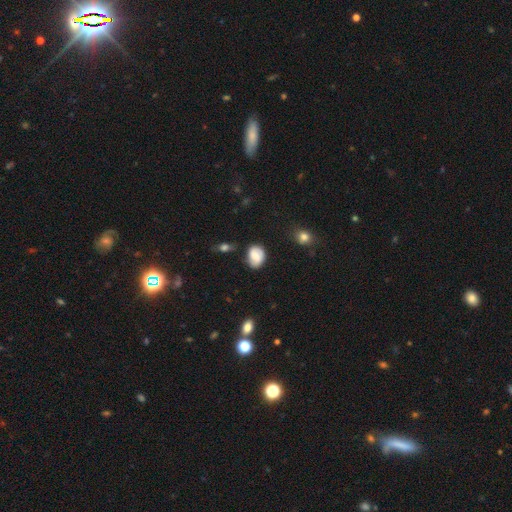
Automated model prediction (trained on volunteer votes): The model was most divided on "how rounded": in between: 64%, round: 35%, cigar-shaped: 1%. More confident: smooth or featured — smooth (68%); merging — none (65%).